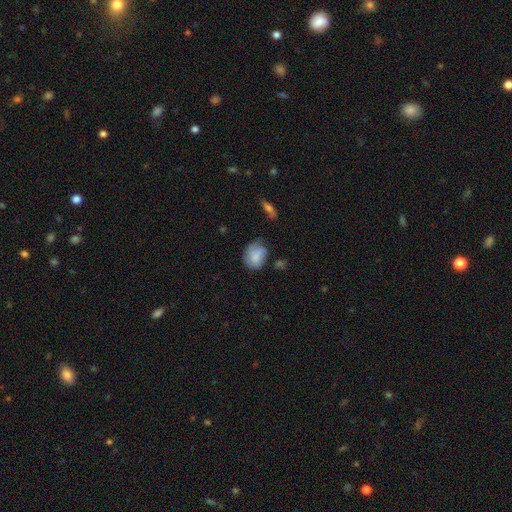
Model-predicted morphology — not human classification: smooth 72%, featured or disk 20%, star or artifact 8%. Down the decision tree: how rounded — in between (53%); merging — none (50%).